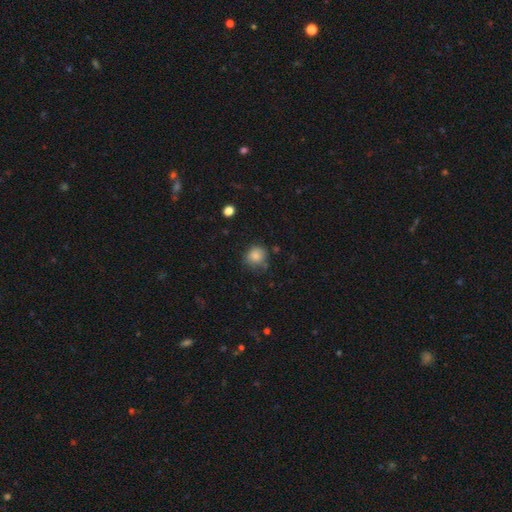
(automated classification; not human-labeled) This appears to be a smooth galaxy with no disk features (84%) that is round (83%). Merging: none (65%).